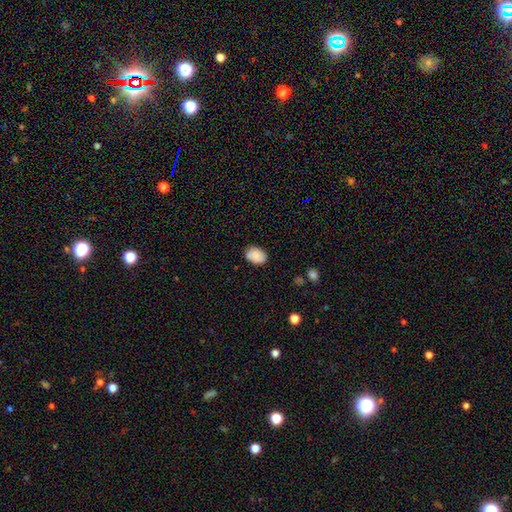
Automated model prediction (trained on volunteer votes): Q: Smooth or featured?
A: smooth (86%); runner-up: star or artifact (8%)
Q: How rounded?
A: in between (81%); runner-up: round (18%)
Q: Merging?
A: none (79%); runner-up: minor disturbance (16%)